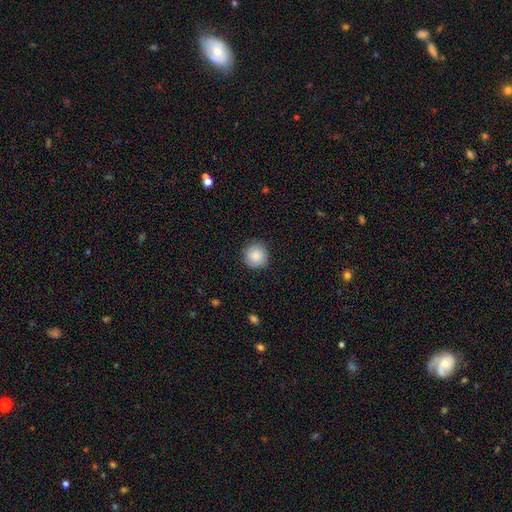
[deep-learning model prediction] Q: Smooth or featured?
A: smooth (86%); runner-up: star or artifact (8%)
Q: How rounded?
A: round (94%); runner-up: in between (5%)
Q: Merging?
A: none (88%); runner-up: minor disturbance (9%)